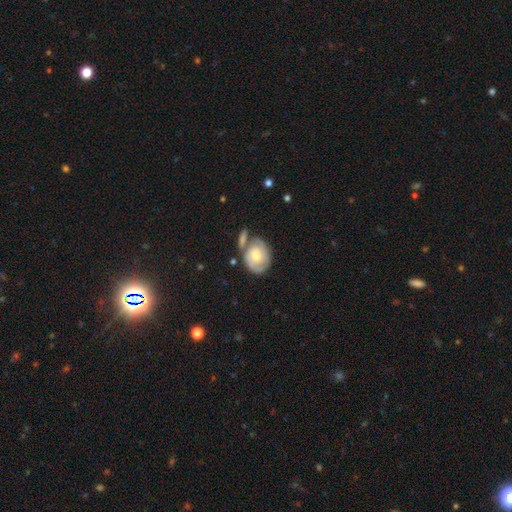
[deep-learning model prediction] Morphology: type=featured or disk (56%); edge-on=no (96%); bar=no (74%); spiral arms=yes (77%); bulge=moderate (53%); merging=none (45%).